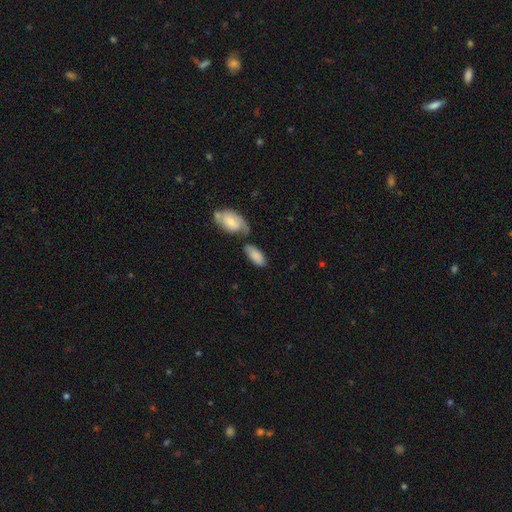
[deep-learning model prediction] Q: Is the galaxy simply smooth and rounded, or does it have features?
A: smooth — 78%.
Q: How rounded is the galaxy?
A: in between — 90%.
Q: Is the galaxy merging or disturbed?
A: none — 39%.